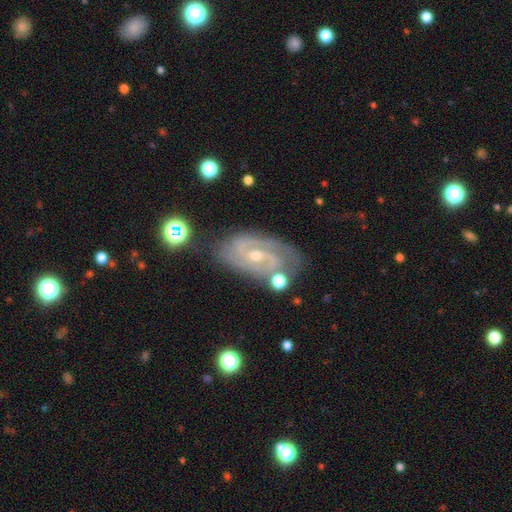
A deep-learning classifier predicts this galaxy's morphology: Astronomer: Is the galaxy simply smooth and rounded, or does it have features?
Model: featured or disk — 88%.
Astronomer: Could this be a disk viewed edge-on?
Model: no — 96%.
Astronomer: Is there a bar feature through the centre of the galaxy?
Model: weak — 45% (runner-up: no, 41%).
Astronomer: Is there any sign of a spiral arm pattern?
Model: yes — 97%.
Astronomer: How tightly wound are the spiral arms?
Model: tight — 50% (runner-up: medium, 42%).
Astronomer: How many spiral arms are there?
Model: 2 — 72%.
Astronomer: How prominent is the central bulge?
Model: small — 56% (runner-up: moderate, 40%).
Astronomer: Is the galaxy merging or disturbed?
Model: none — 73%.